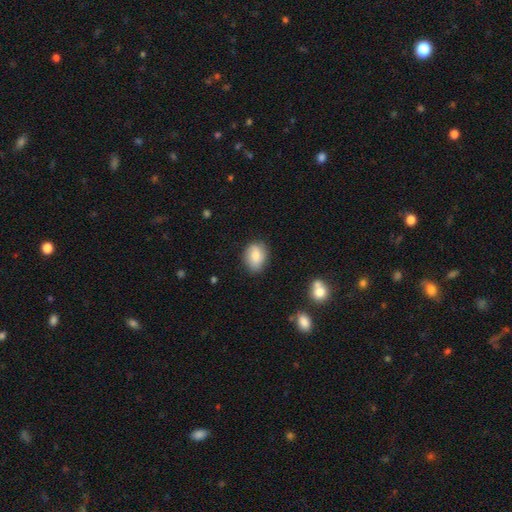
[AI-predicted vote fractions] A smooth galaxy with no disk features (77%) that is in between round and cigar-shaped (70%).

Vote fractions:
- Smooth or featured? smooth: 77% / featured or disk: 15% / star or artifact: 8%
- How rounded? in between: 70% / round: 29% / cigar-shaped: 1%
- Merging? none: 75% / minor disturbance: 19% / major disturbance: 4% / merger: 2%